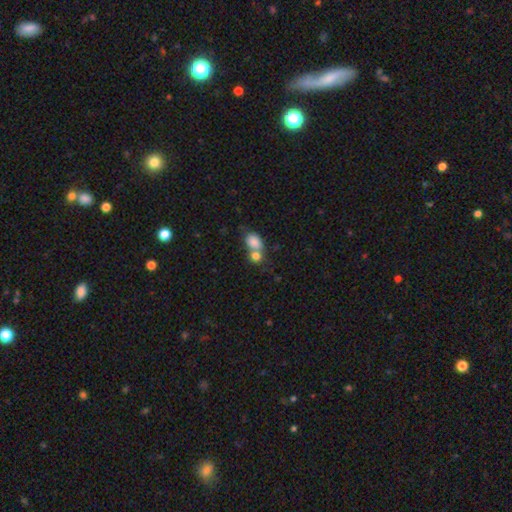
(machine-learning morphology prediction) smooth_or_featured: smooth (p=0.82) [alt: star or artifact p=0.10]
how_rounded: in between (p=0.50) [alt: round p=0.49]
merging: merger (p=0.55) [alt: none p=0.33]